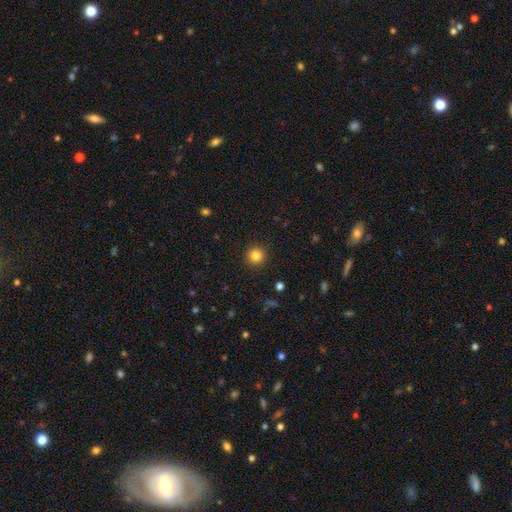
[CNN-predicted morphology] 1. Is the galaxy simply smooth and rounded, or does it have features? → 83% smooth, 12% star or artifact, 5% featured or disk.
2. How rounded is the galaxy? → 96% round, 4% in between, 1% cigar-shaped.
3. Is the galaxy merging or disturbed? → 92% none, 5% minor disturbance, 2% major disturbance, 1% merger.